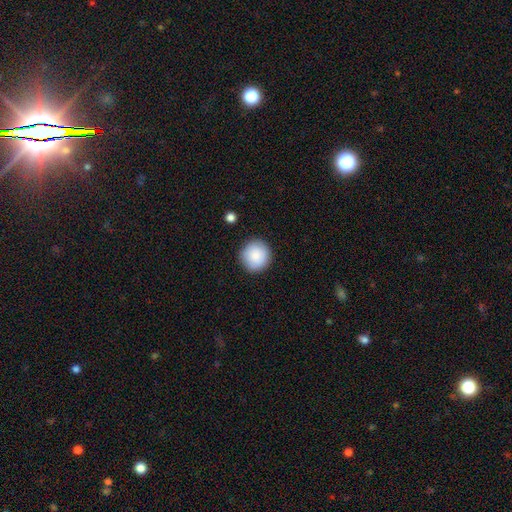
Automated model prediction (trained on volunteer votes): This appears to be a smooth galaxy with no disk features (88%) that is round (94%). Merging: none (90%).